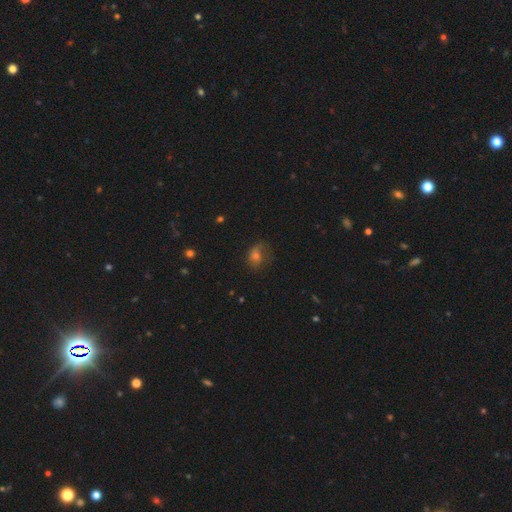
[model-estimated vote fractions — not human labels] Morphology: type=smooth (51%); roundness=in between (54%); merging=none (58%).